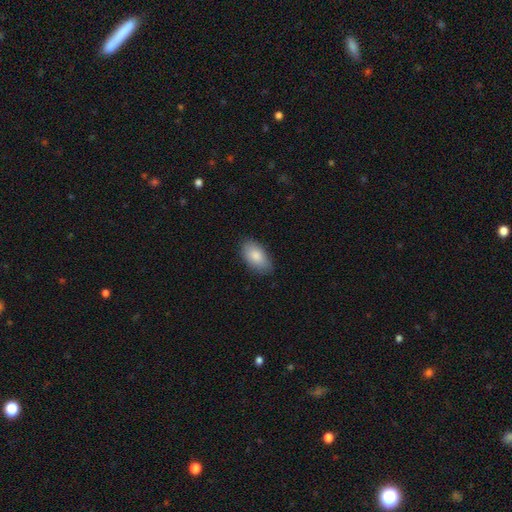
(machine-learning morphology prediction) A smooth galaxy with no disk features (85%) that is in between round and cigar-shaped (94%).

Vote fractions:
- Smooth or featured? smooth: 85% / featured or disk: 8% / star or artifact: 6%
- How rounded? in between: 94% / round: 3% / cigar-shaped: 3%
- Merging? none: 82% / minor disturbance: 14% / major disturbance: 3% / merger: 1%